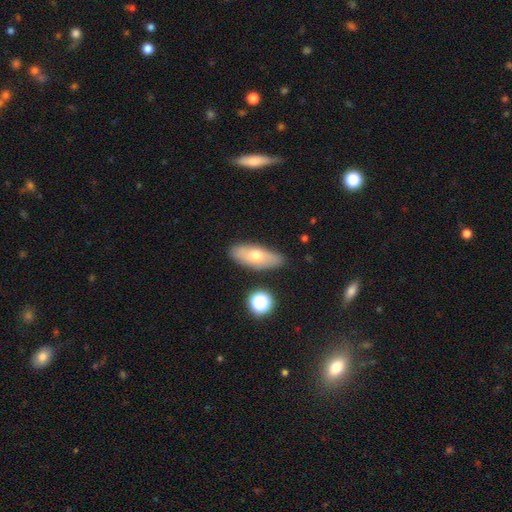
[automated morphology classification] Smooth or featured? smooth (60%)
How rounded? in between (74%)
Merging? none (83%)